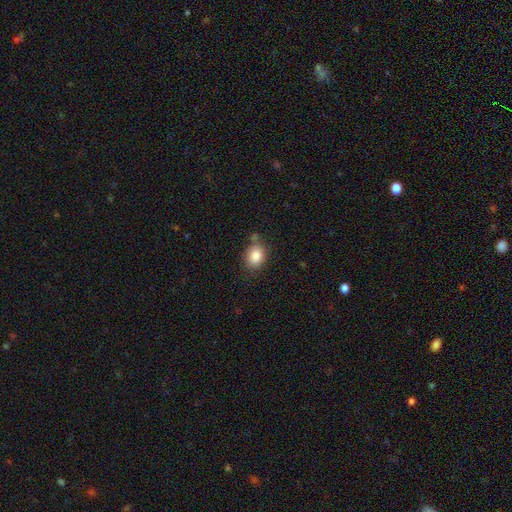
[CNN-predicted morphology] Smooth or featured? smooth (84%)
How rounded? in between (55%)
Merging? none (67%)